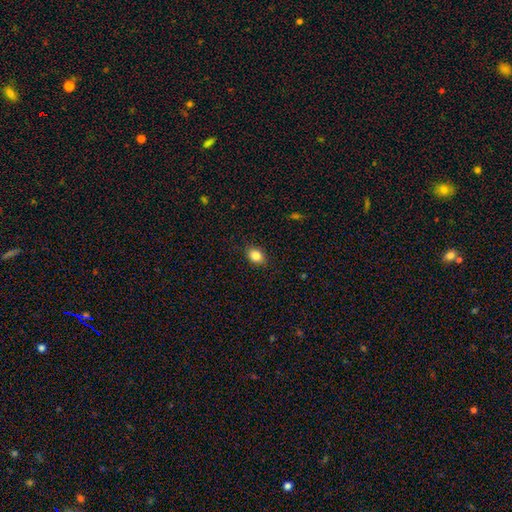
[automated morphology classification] Smooth or featured? Predicted: smooth (p=0.84). How rounded? Predicted: in between (p=0.70). Merging? Predicted: none (p=0.88).